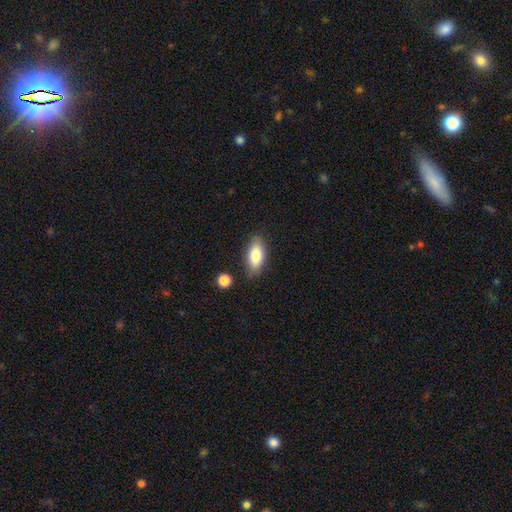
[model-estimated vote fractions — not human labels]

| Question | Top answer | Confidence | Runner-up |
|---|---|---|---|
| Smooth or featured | smooth | 83% | featured or disk (10%) |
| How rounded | in between | 87% | cigar-shaped (10%) |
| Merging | none | 81% | minor disturbance (13%) |